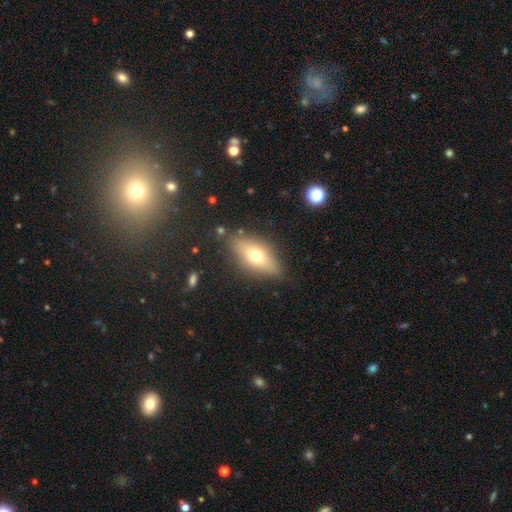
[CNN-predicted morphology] smooth_or_featured: smooth (p=0.64) [alt: featured or disk p=0.27]
how_rounded: in between (p=0.79) [alt: cigar-shaped p=0.15]
merging: none (p=0.82) [alt: minor disturbance p=0.12]